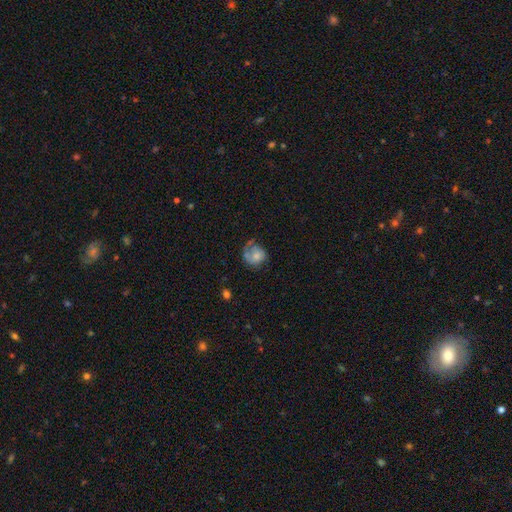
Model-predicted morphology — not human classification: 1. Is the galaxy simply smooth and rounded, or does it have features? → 49% featured or disk, 43% smooth, 8% star or artifact.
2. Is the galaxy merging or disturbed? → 37% none, 35% major disturbance, 24% minor disturbance, 4% merger.